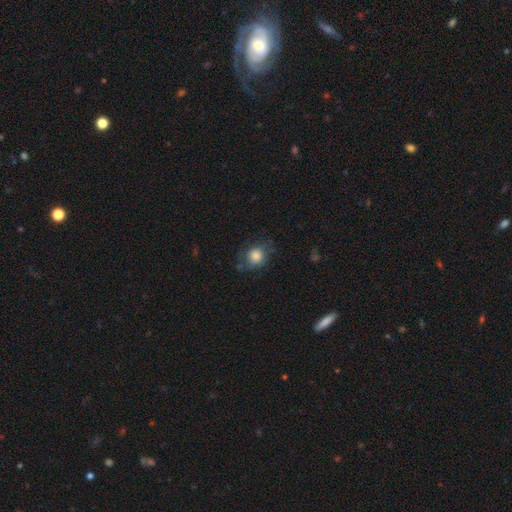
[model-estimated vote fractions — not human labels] A smooth galaxy with no disk features (78%) that is round (76%).

Vote fractions:
- Smooth or featured? smooth: 78% / featured or disk: 13% / star or artifact: 8%
- How rounded? round: 76% / in between: 23% / cigar-shaped: 1%
- Merging? none: 62% / minor disturbance: 24% / major disturbance: 12% / merger: 2%